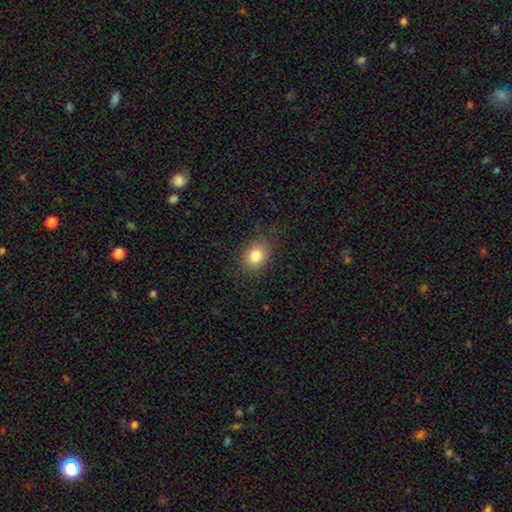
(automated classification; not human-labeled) smooth-or-featured: smooth: 83% | star or artifact: 10% | featured or disk: 7%
  how-rounded: in between: 52% | round: 47% | cigar-shaped: 1%
  merging: none: 84% | minor disturbance: 11% | major disturbance: 4% | merger: 1%